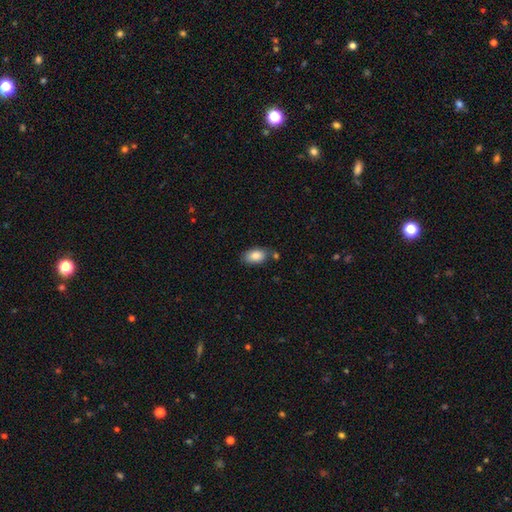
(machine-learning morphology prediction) smooth_or_featured: smooth (p=0.86) [alt: featured or disk p=0.07]
how_rounded: in between (p=0.91) [alt: round p=0.07]
merging: none (p=0.71) [alt: minor disturbance p=0.17]